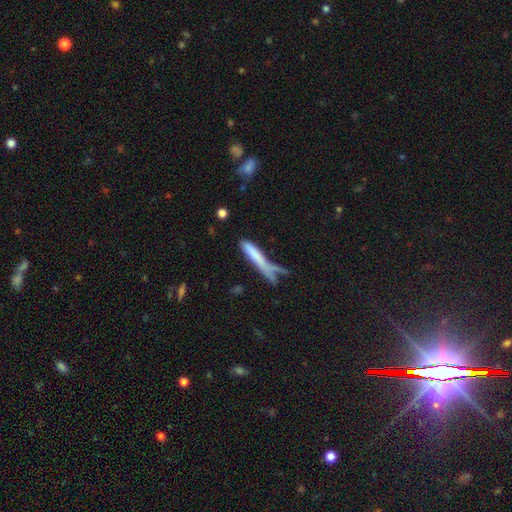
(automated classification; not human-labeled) Morphology: type=smooth (69%); roundness=cigar-shaped (88%); merging=none (42%).